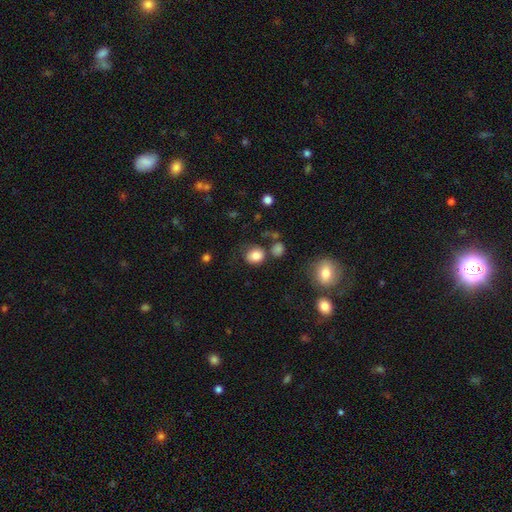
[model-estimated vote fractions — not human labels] The model was most divided on "how rounded": round: 71%, in between: 28%, cigar-shaped: 1%. More confident: smooth or featured — smooth (83%); merging — none (69%).